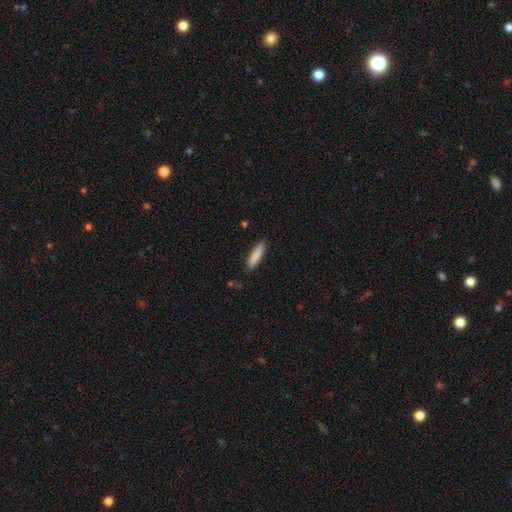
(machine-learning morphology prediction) Smooth or featured? smooth (86%)
How rounded? cigar-shaped (77%)
Merging? none (85%)